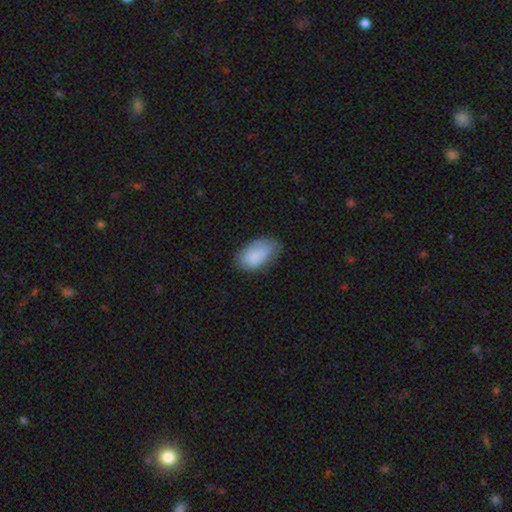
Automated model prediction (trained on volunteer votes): Smooth or featured?
  - smooth: 80% *
  - featured or disk: 13%
  - star or artifact: 7%
How rounded?
  - in between: 93% *
  - round: 5%
  - cigar-shaped: 2%
Merging?
  - none: 53% *
  - minor disturbance: 34%
  - major disturbance: 11%
  - merger: 2%